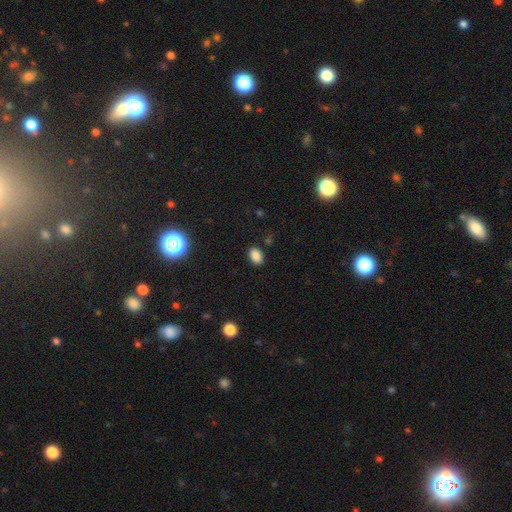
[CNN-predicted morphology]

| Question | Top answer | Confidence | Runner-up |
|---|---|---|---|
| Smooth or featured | smooth | 85% | star or artifact (11%) |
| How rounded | in between | 82% | round (16%) |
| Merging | none | 86% | minor disturbance (9%) |